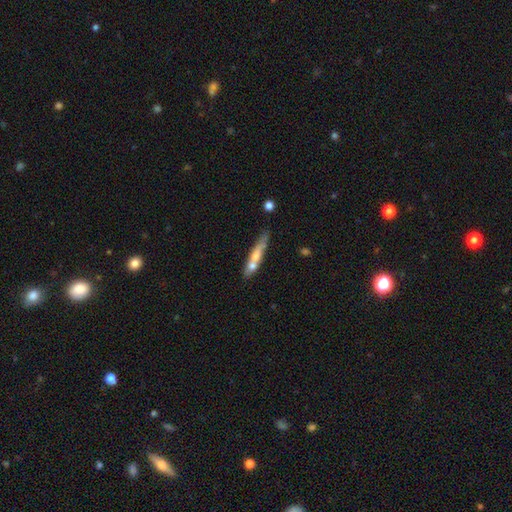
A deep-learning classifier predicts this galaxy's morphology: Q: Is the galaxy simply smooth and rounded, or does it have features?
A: smooth — 51%.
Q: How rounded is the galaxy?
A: cigar-shaped — 87%.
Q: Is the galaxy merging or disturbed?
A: none — 49%.